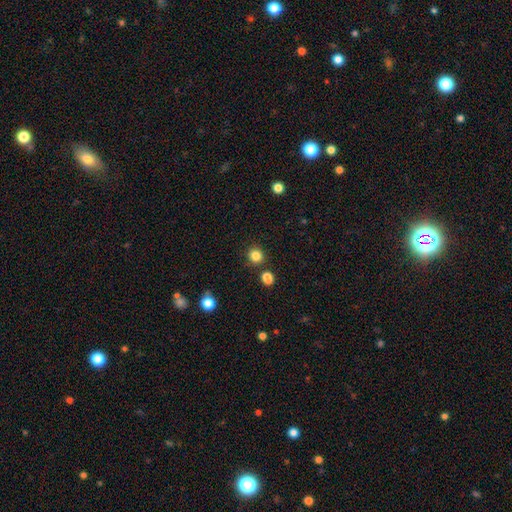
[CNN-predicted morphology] A smooth galaxy with no disk features (83%) that is round (91%).

Vote fractions:
- Smooth or featured? smooth: 83% / star or artifact: 13% / featured or disk: 4%
- How rounded? round: 91% / in between: 8% / cigar-shaped: 1%
- Merging? none: 86% / minor disturbance: 7% / merger: 5% / major disturbance: 2%